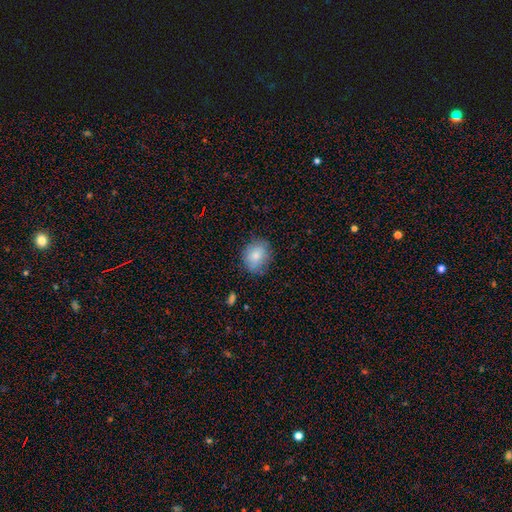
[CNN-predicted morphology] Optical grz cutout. It shows a smooth galaxy with no disk features (81%) that is round (56%). Merging: none (76%).